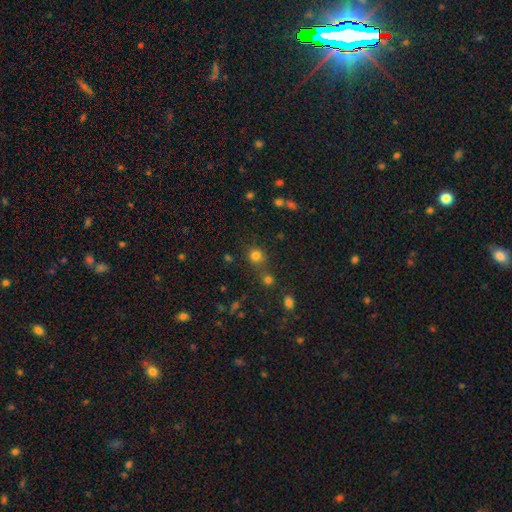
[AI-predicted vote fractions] Morphology: type=smooth (75%); roundness=round (87%); merging=none (61%).